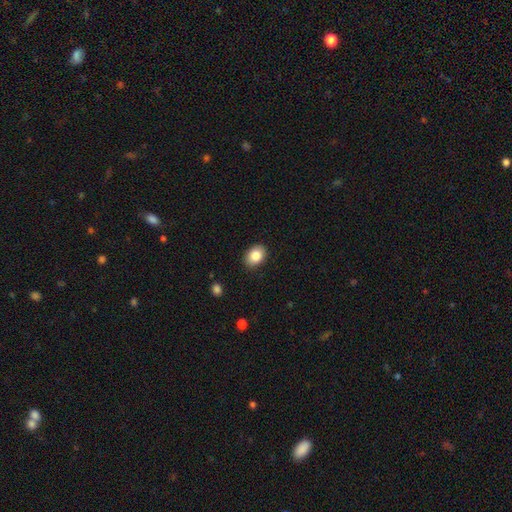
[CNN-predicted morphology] This is clearly a smooth galaxy (86%). How rounded: likely in between (70%). Merging: clearly none (88%).